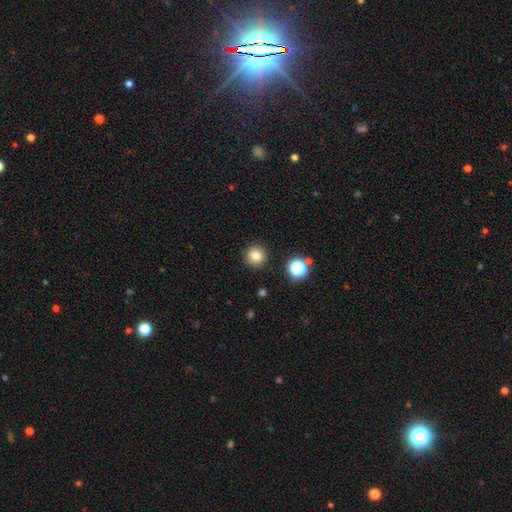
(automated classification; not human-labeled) This is clearly a smooth galaxy (81%). How rounded: clearly round (96%). Merging: clearly none (91%).